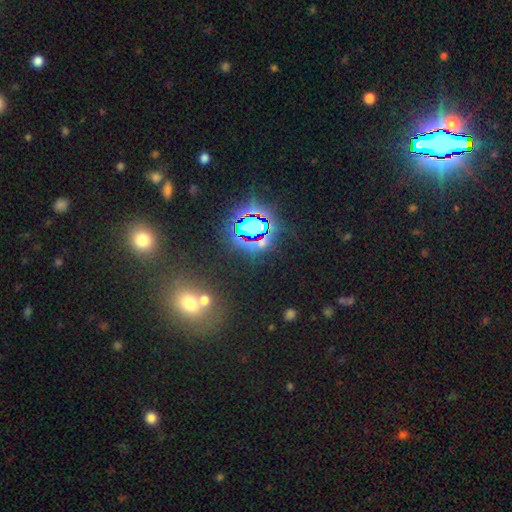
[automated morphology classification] This appears to be a star or artifact, not a galaxy (73%).